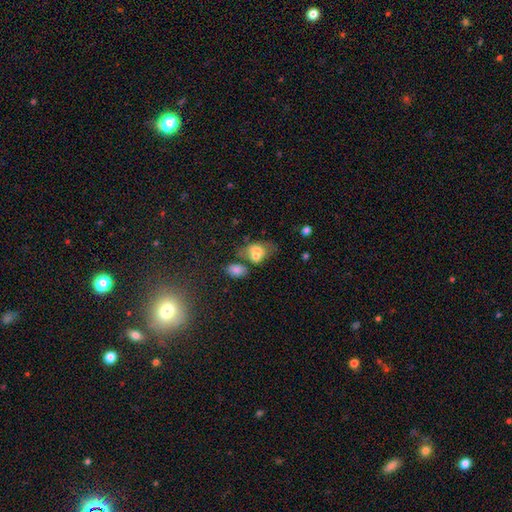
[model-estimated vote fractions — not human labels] A smooth galaxy with no disk features (66%) that is in between round and cigar-shaped (78%). Merging: merger (45%).